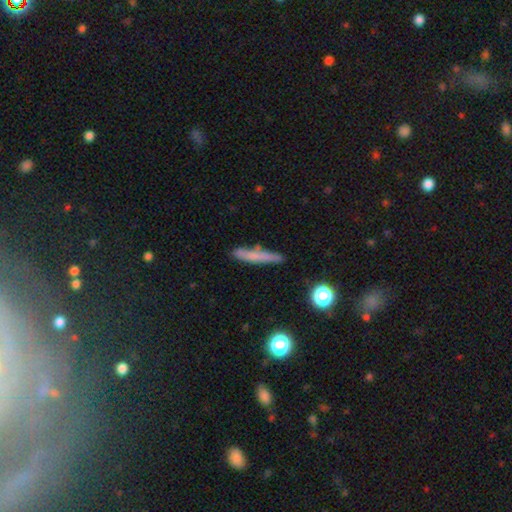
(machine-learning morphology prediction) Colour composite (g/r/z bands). It shows a smooth galaxy with no disk features (64%) that is cigar-shaped (91%). Merging: none (78%).